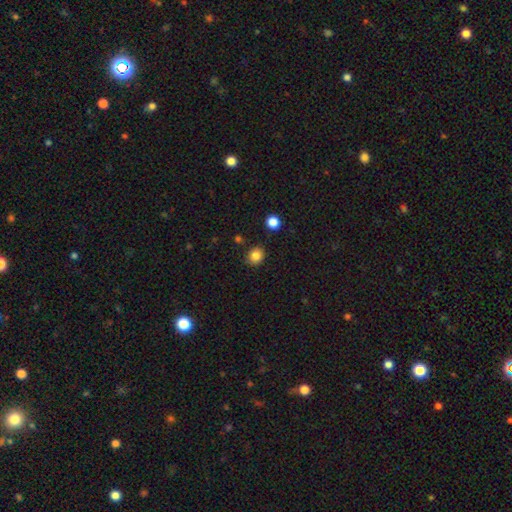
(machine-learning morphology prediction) Smooth or featured? smooth (84%)
How rounded? round (70%)
Merging? none (84%)